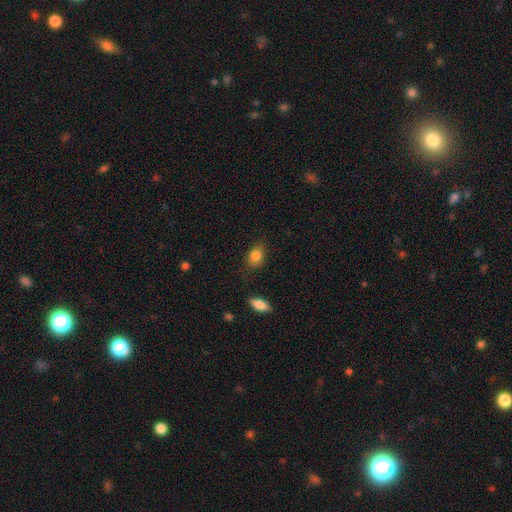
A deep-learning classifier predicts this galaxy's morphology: A smooth galaxy with no disk features (84%) that is in between round and cigar-shaped (68%).

Vote fractions:
- Smooth or featured? smooth: 84% / star or artifact: 9% / featured or disk: 7%
- How rounded? in between: 68% / round: 30% / cigar-shaped: 2%
- Merging? none: 78% / minor disturbance: 16% / major disturbance: 3% / merger: 2%